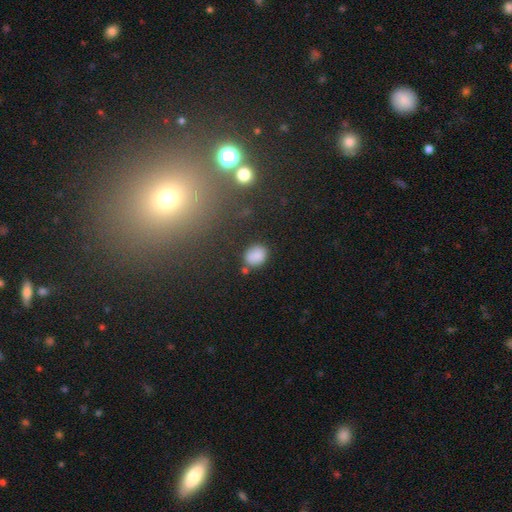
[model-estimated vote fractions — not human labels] A smooth galaxy with no disk features (83%) that is in between round and cigar-shaped (57%).

Vote fractions:
- Smooth or featured? smooth: 83% / star or artifact: 11% / featured or disk: 6%
- How rounded? in between: 57% / round: 41% / cigar-shaped: 1%
- Merging? none: 72% / minor disturbance: 17% / merger: 6% / major disturbance: 5%